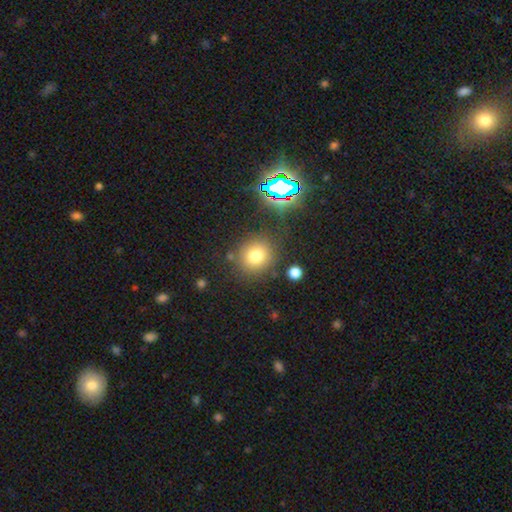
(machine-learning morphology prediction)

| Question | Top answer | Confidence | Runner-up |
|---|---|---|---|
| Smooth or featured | smooth | 74% | star or artifact (17%) |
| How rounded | round | 86% | in between (13%) |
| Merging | none | 81% | minor disturbance (10%) |